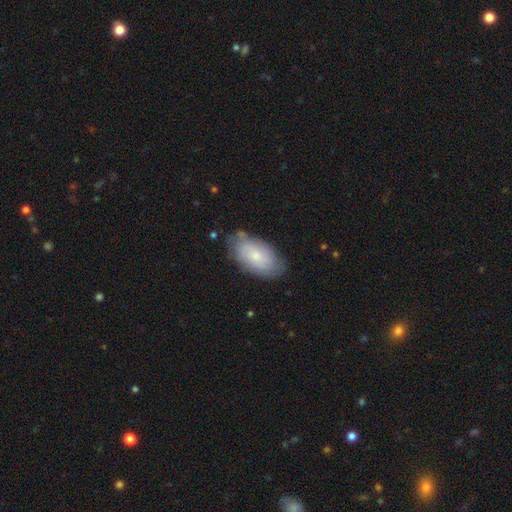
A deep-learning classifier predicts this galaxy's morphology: Q: Smooth or featured?
A: smooth (57%); runner-up: featured or disk (36%)
Q: How rounded?
A: in between (94%); runner-up: round (3%)
Q: Merging?
A: none (73%); runner-up: minor disturbance (20%)